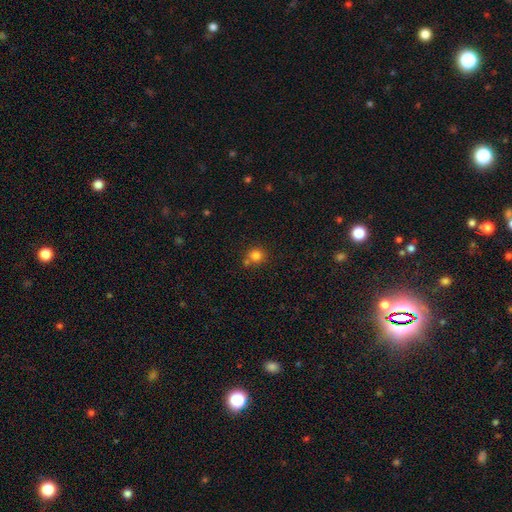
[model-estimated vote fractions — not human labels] The model was most divided on "merging": none: 67%, merger: 17%, minor disturbance: 12%, major disturbance: 4%. More confident: how rounded — round (88%); smooth or featured — smooth (81%).